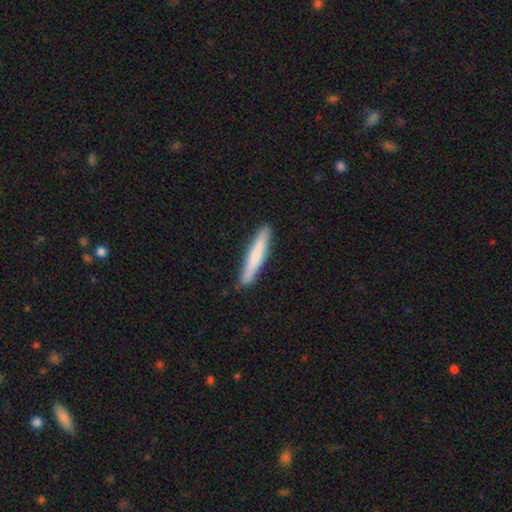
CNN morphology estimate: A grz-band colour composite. It shows a smooth galaxy with no disk features (70%) that is cigar-shaped (94%). Merging: none (90%).